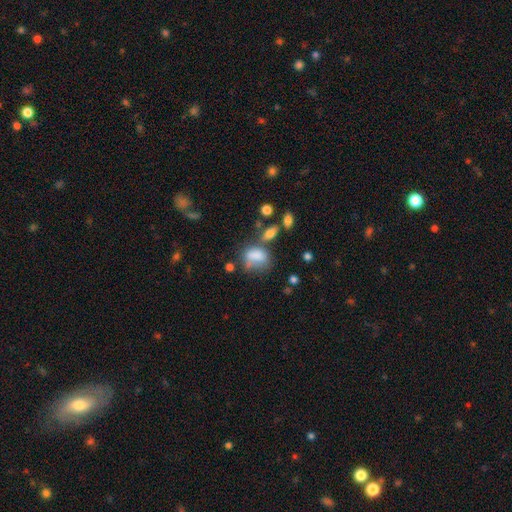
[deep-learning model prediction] Smooth or featured: smooth — 72% (featured or disk — 16%)
How rounded: in between — 73% (round — 24%)
Merging: none — 32% (minor disturbance — 26%)